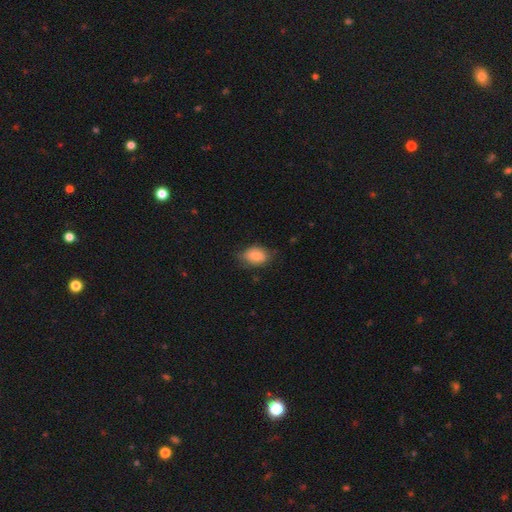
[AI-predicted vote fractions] Smooth or featured: smooth — 81% (featured or disk — 12%)
How rounded: in between — 81% (round — 18%)
Merging: none — 64% (minor disturbance — 28%)